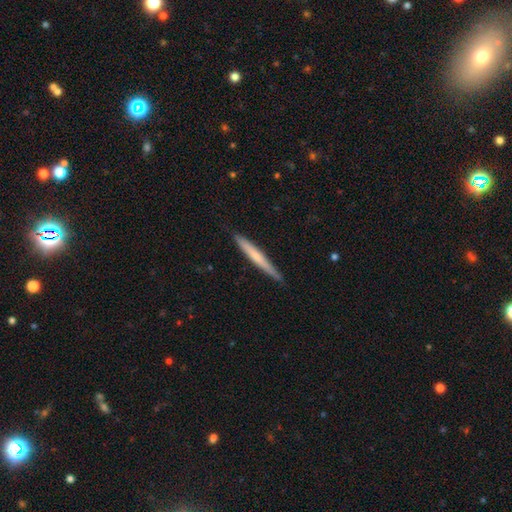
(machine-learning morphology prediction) smooth 53%, featured or disk 42%, star or artifact 5%. Down the decision tree: how rounded — cigar-shaped (96%); merging — none (88%).